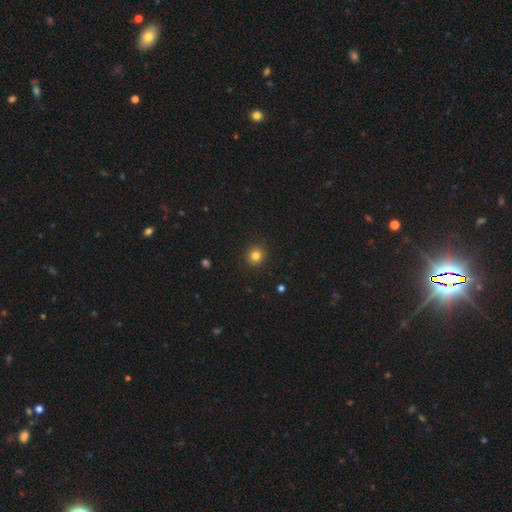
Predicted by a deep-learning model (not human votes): smooth 82%, star or artifact 12%, featured or disk 6%. Down the decision tree: how rounded — round (91%); merging — none (91%).